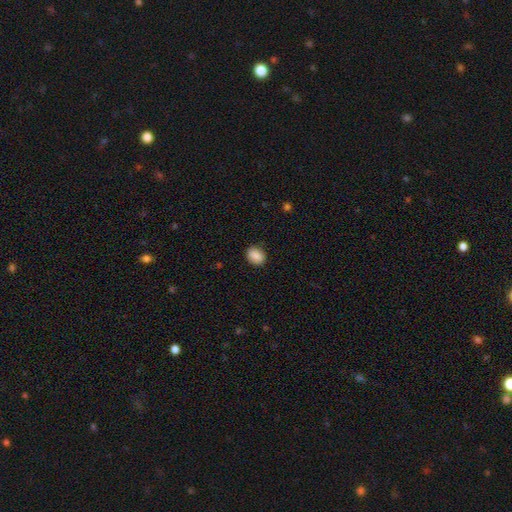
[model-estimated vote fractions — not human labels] Smooth or featured? smooth (88%)
How rounded? in between (58%)
Merging? none (88%)